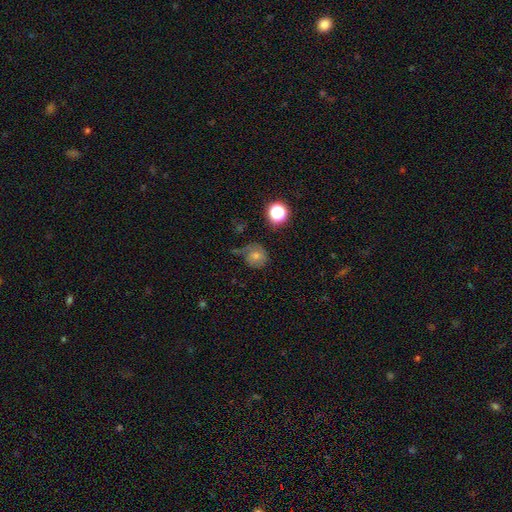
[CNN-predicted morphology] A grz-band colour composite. It shows a smooth galaxy with no disk features (44%). Merging: none (58%).